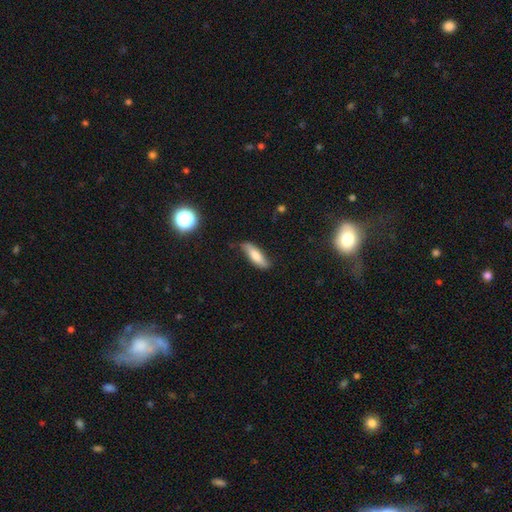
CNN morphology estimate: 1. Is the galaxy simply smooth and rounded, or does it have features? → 76% smooth, 17% featured or disk, 7% star or artifact.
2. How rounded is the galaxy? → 51% cigar-shaped, 47% in between, 2% round.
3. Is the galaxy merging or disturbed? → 72% none, 22% minor disturbance, 4% major disturbance, 2% merger.